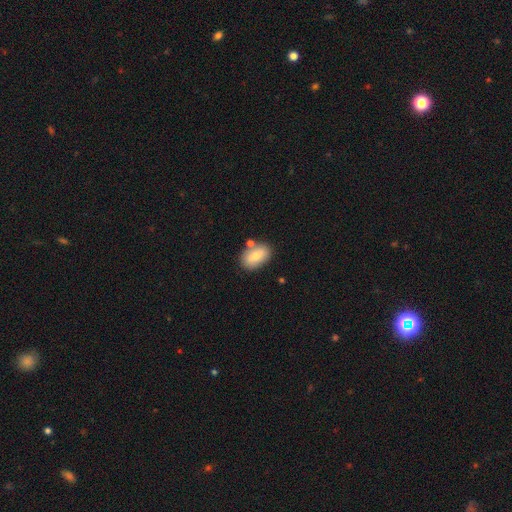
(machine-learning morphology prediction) Overall: smooth (77%). How rounded: in between (90%). Merging: none (75%).